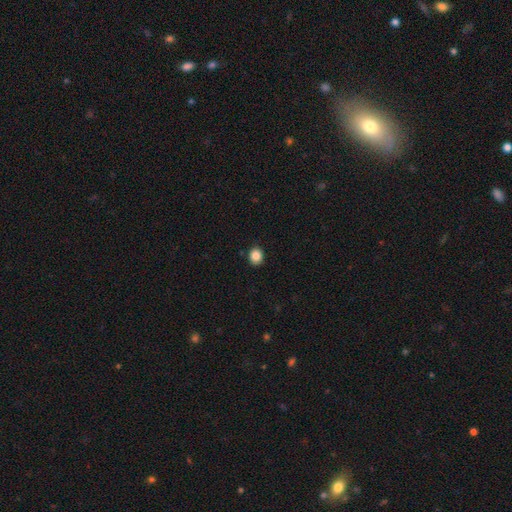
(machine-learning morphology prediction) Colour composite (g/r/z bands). It shows a smooth galaxy with no disk features (87%) that is round (69%). Merging: none (91%).